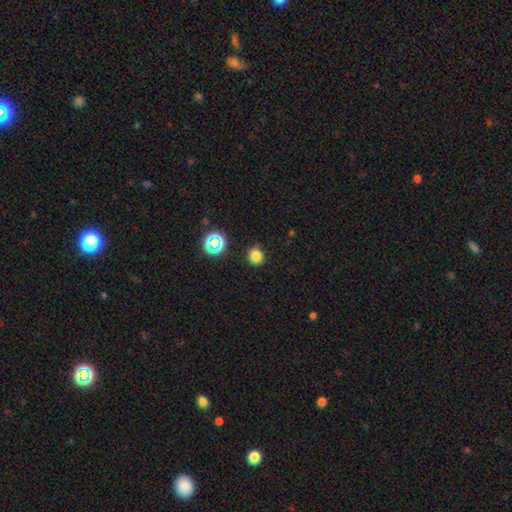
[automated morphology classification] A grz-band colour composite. It shows a smooth galaxy with no disk features (79%) that is round (85%). Merging: none (85%).